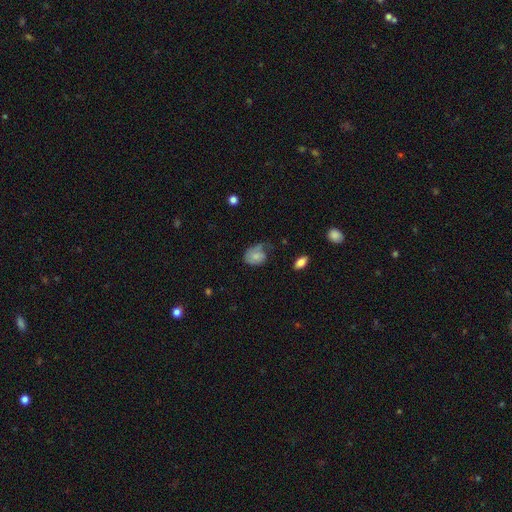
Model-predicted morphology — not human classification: A smooth galaxy with no disk features (58%) that is in between round and cigar-shaped (61%). Merging: major disturbance (33%).